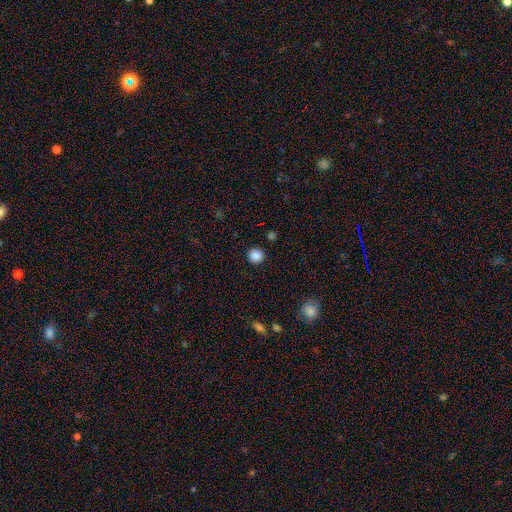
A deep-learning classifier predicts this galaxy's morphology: A smooth galaxy with no disk features (86%) that is round (94%). Merging: none (92%).